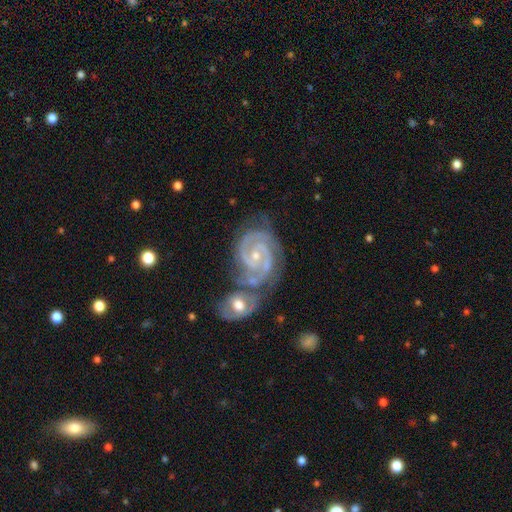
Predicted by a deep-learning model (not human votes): Smooth or featured: featured or disk — 93% (star or artifact — 4%)
Edge-on disk: no — 98% (yes — 2%)
Bar: no — 55% (weak — 34%)
Spiral arms: yes — 99% (no — 1%)
Spiral winding: tight — 64% (medium — 32%)
Spiral arm count: 2 — 77% (3 — 12%)
Bulge size: small — 64% (moderate — 32%)
Merging: merger — 40% (none — 37%)